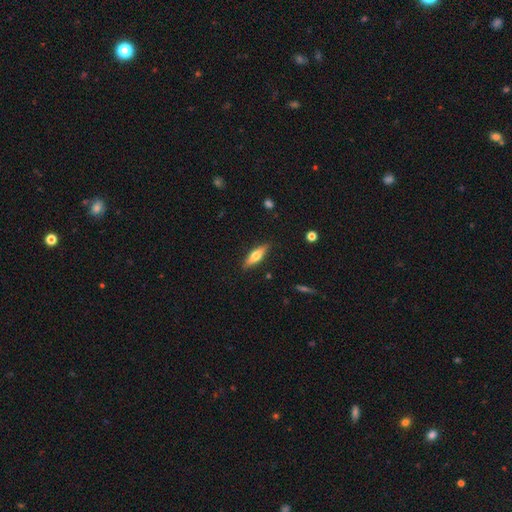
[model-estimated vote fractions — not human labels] A smooth galaxy with no disk features (56%) that is cigar-shaped (56%).

Vote fractions:
- Smooth or featured? smooth: 56% / featured or disk: 38% / star or artifact: 6%
- How rounded? cigar-shaped: 56% / in between: 42% / round: 2%
- Merging? none: 86% / minor disturbance: 10% / major disturbance: 2% / merger: 1%